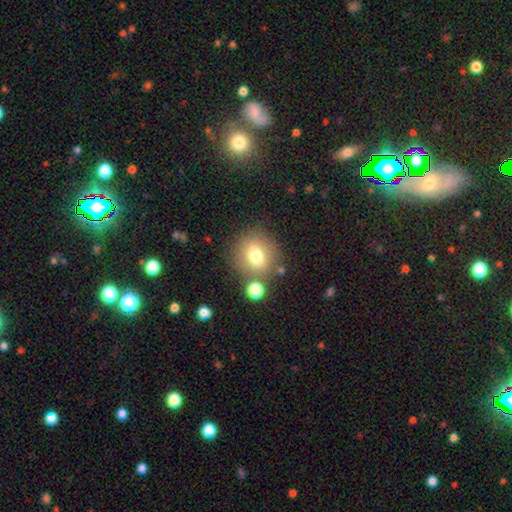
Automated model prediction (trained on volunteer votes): Smooth or featured? smooth (73%)
How rounded? round (76%)
Merging? none (77%)